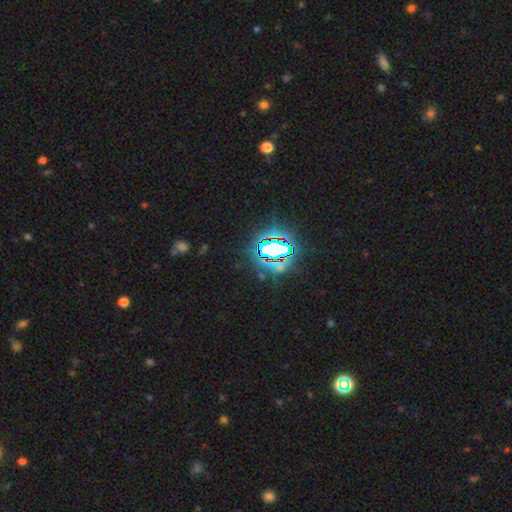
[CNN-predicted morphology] This appears to be a star or artifact, not a galaxy (79%).